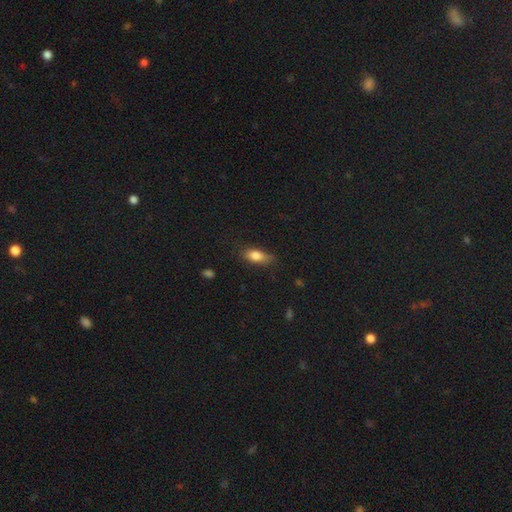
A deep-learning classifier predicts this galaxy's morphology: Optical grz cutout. It shows a smooth galaxy with no disk features (80%) that is in between round and cigar-shaped (77%). Merging: none (70%).